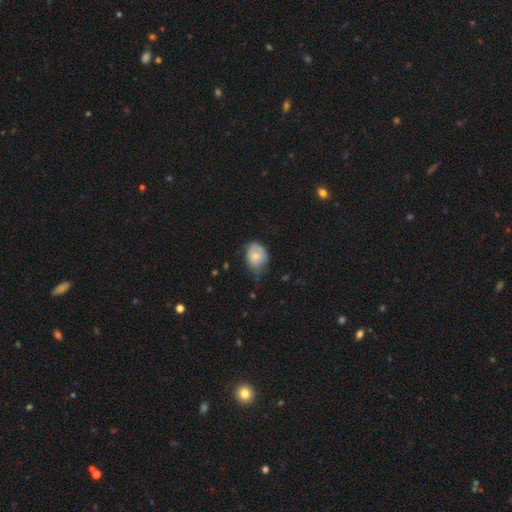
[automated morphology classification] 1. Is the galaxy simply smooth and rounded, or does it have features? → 76% smooth, 17% featured or disk, 7% star or artifact.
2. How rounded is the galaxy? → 70% in between, 29% round, 1% cigar-shaped.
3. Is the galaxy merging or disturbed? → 48% none, 41% minor disturbance, 9% major disturbance, 2% merger.